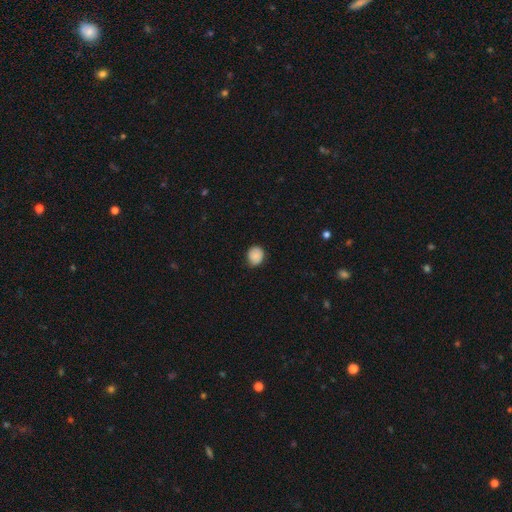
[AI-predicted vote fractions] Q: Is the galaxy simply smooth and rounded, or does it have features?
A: smooth — 87%.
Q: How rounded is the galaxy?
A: round — 71%.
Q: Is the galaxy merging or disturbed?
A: none — 82%.